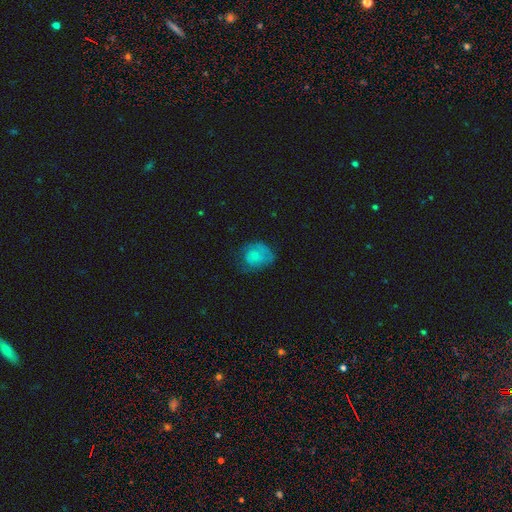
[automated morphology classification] smooth 60%, featured or disk 31%, star or artifact 9%. Down the decision tree: how rounded — round (57%); merging — none (51%).